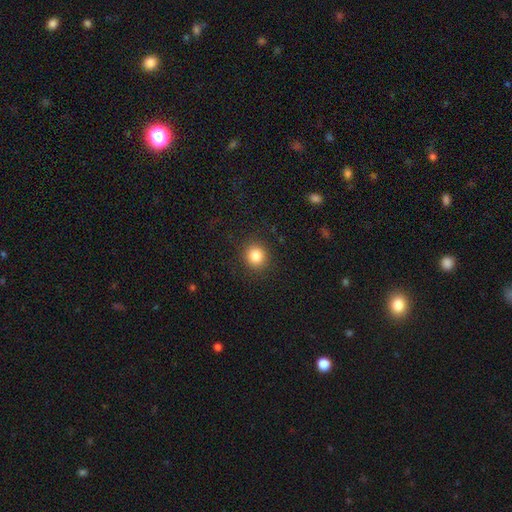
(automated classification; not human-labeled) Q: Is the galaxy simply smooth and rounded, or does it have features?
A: smooth — 84%.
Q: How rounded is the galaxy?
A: round — 88%.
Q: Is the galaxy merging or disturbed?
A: none — 89%.